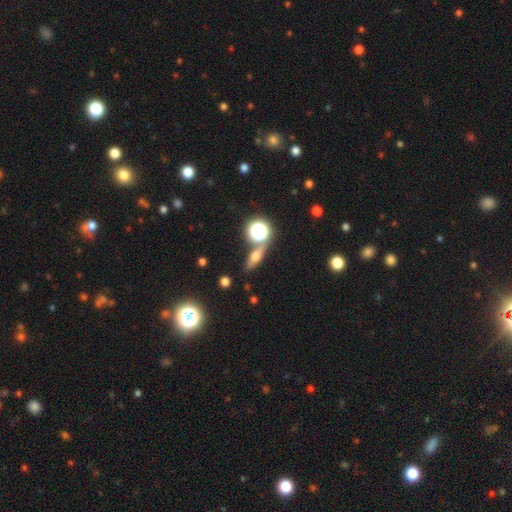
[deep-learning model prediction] Smooth or featured: smooth — 41% (featured or disk — 38%)
Merging: none — 74% (merger — 11%)